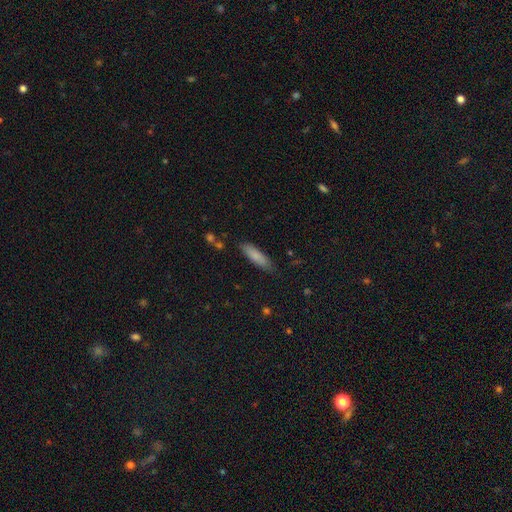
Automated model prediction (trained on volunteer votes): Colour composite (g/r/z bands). It shows a smooth galaxy with no disk features (83%) that is cigar-shaped (61%). Merging: none (80%).